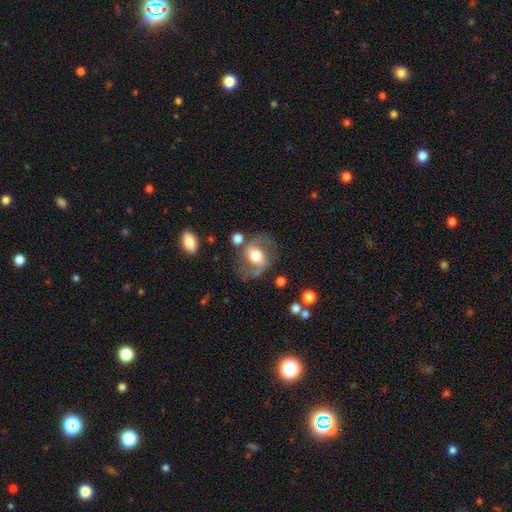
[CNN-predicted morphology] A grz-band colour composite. It shows a featured or disk galaxy (65%) with no bar (40%), spiral arms (77%) and a moderate central bulge (55%). Merging: none (65%).